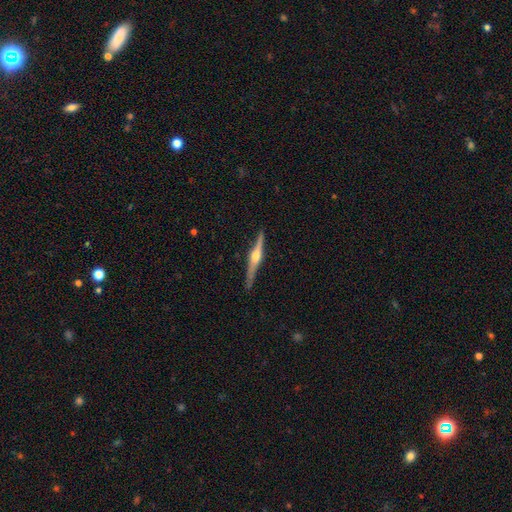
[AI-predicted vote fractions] Morphology: type=featured or disk (80%); edge-on=yes (98%); edge-on bulge=rounded (93%); merging=none (87%).